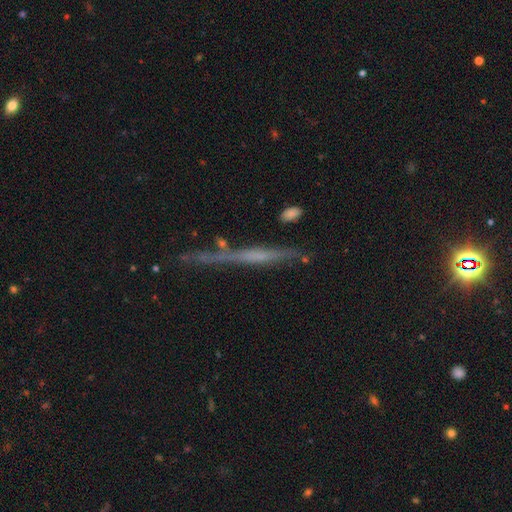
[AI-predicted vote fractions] featured or disk 64%, smooth 27%, star or artifact 9%. Down the decision tree: edge-on disk — yes (95%); edge-on bulge — none (69%); merging — none (74%).